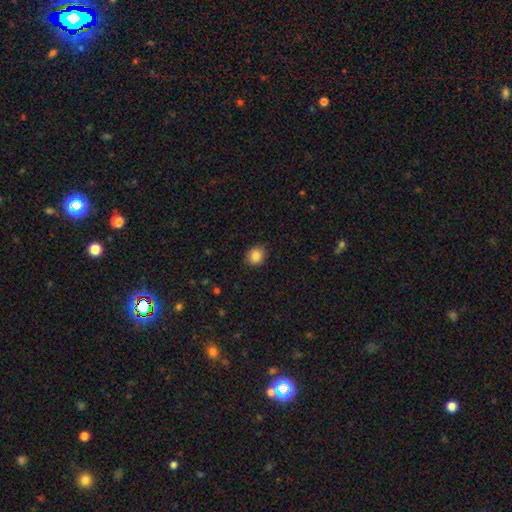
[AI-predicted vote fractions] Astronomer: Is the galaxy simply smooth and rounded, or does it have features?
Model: smooth — 87%.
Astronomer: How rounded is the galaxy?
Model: round — 72%.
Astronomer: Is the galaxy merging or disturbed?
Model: none — 87%.